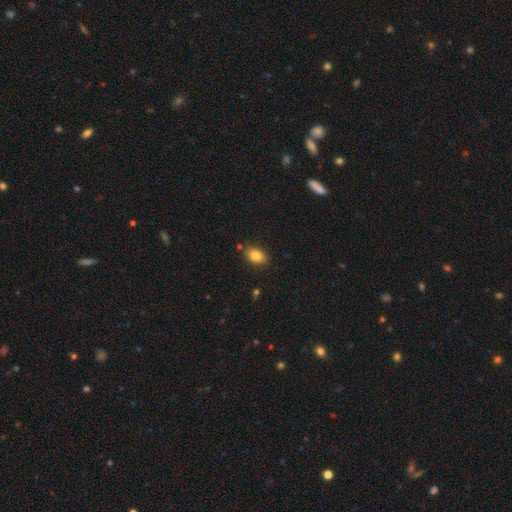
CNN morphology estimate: Q: Smooth or featured?
A: smooth (84%); runner-up: star or artifact (9%)
Q: How rounded?
A: in between (80%); runner-up: round (18%)
Q: Merging?
A: none (81%); runner-up: minor disturbance (12%)